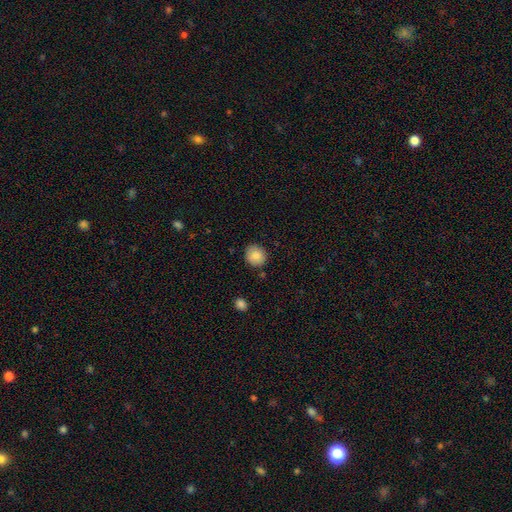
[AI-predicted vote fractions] Smooth or featured? Predicted: smooth (p=0.86). How rounded? Predicted: round (p=0.84). Merging? Predicted: none (p=0.86).